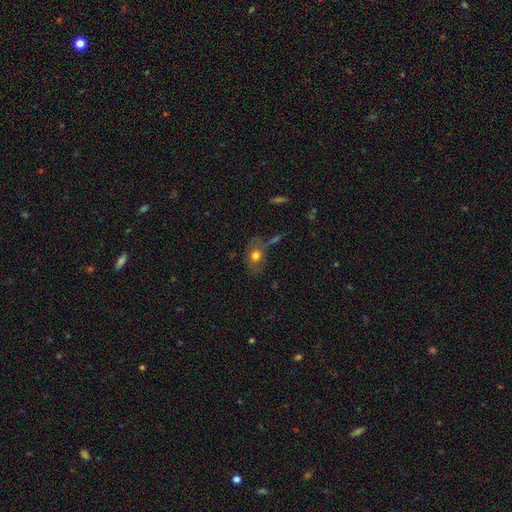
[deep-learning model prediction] The model was most divided on "how rounded": in between: 64%, round: 33%, cigar-shaped: 2%. More confident: smooth or featured — smooth (71%); merging — none (60%).